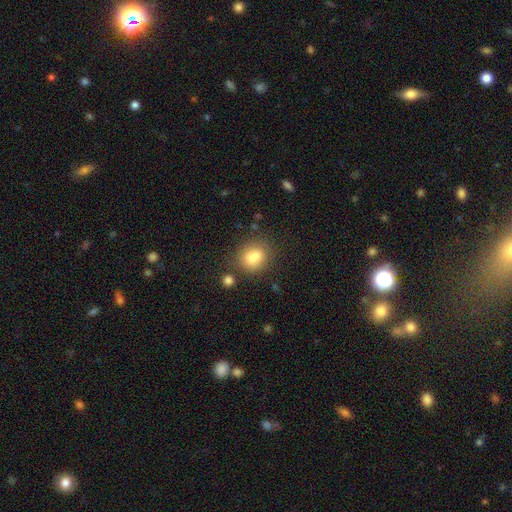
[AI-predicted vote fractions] Overall: smooth (83%). How rounded: in between (52%; round 47%). Merging: none (73%).